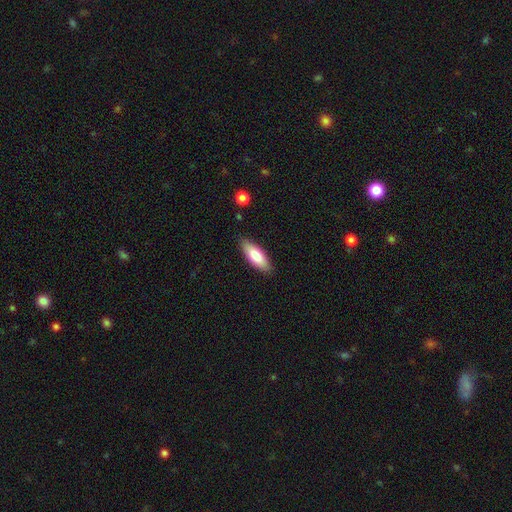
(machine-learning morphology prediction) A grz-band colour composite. It shows a smooth galaxy with no disk features (81%) that is in between round and cigar-shaped (67%). Merging: none (85%).